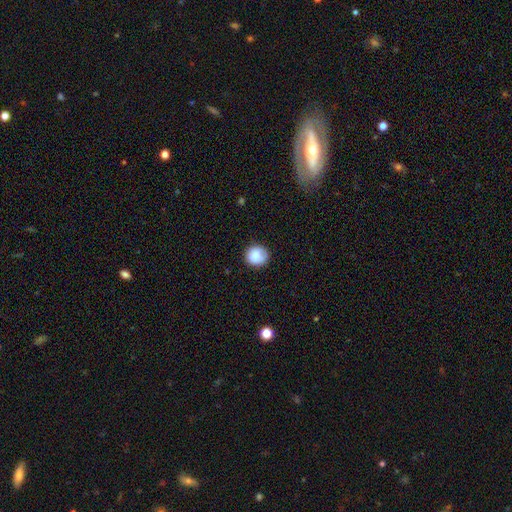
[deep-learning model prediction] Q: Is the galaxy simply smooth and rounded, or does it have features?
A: smooth — 82%.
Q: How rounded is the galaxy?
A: round — 88%.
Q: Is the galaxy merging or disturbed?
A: none — 78%.